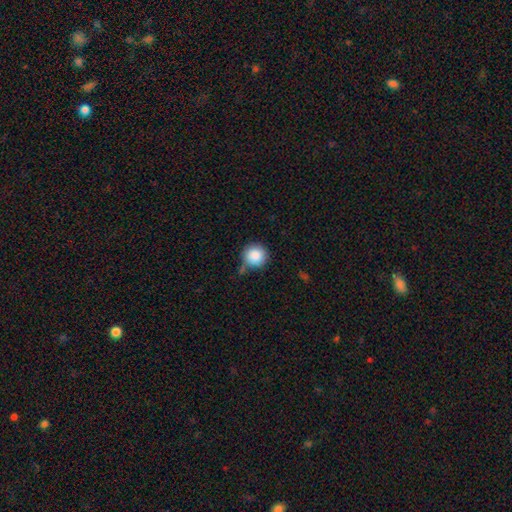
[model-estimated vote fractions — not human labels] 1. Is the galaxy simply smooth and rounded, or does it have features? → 88% smooth, 8% star or artifact, 4% featured or disk.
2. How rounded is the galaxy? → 94% round, 5% in between, 1% cigar-shaped.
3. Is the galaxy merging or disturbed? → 72% none, 17% minor disturbance, 6% merger, 5% major disturbance.